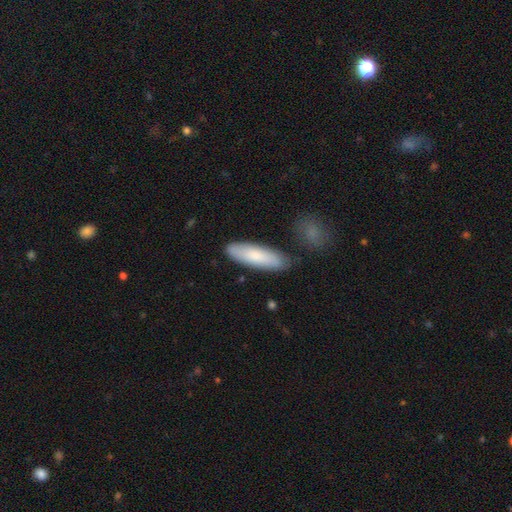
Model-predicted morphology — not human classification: type=smooth (81%); roundness=cigar-shaped (54%); merging=none (81%).